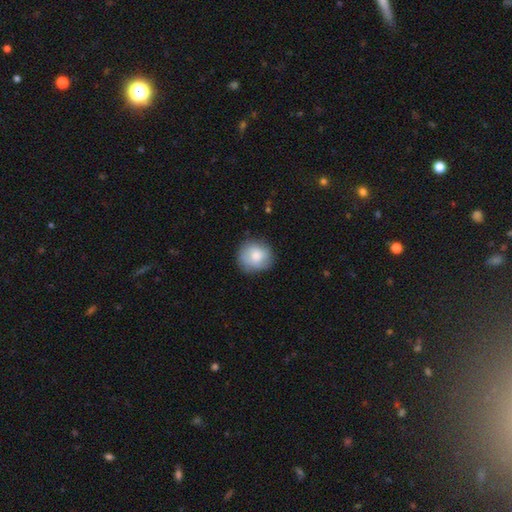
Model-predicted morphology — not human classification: smooth-or-featured: smooth: 78% | featured or disk: 16% | star or artifact: 7%
  how-rounded: round: 86% | in between: 13% | cigar-shaped: 1%
  merging: none: 78% | minor disturbance: 17% | major disturbance: 4% | merger: 1%